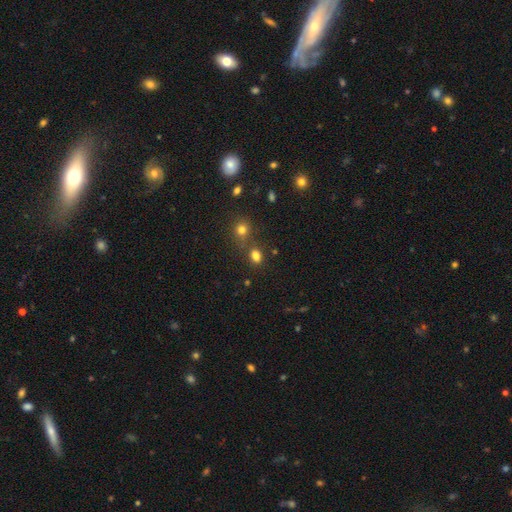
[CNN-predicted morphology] Q: Smooth or featured?
A: smooth (78%); runner-up: star or artifact (16%)
Q: How rounded?
A: in between (54%); runner-up: round (44%)
Q: Merging?
A: none (64%); runner-up: merger (21%)